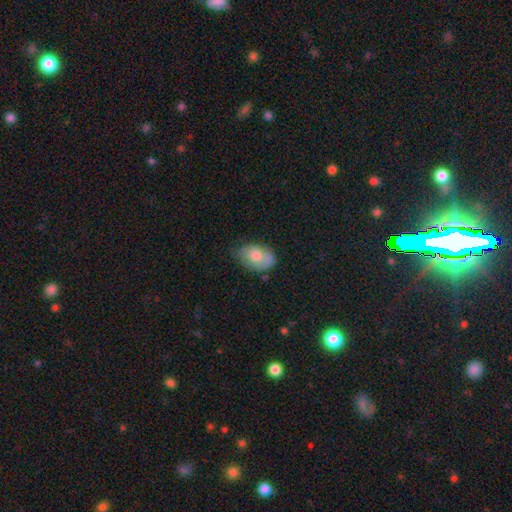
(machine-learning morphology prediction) This appears to be a smooth galaxy with no disk features (69%) that is in between round and cigar-shaped (83%). Merging: none (51%).